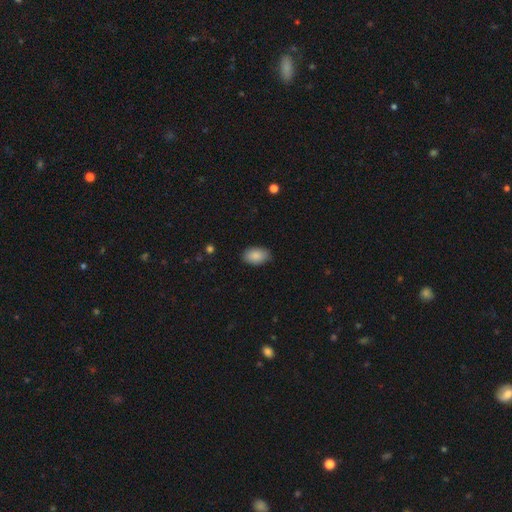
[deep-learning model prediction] Smooth or featured?
  - smooth: 89% *
  - star or artifact: 7%
  - featured or disk: 4%
How rounded?
  - in between: 91% *
  - round: 7%
  - cigar-shaped: 1%
Merging?
  - none: 87% *
  - minor disturbance: 10%
  - major disturbance: 2%
  - merger: 1%